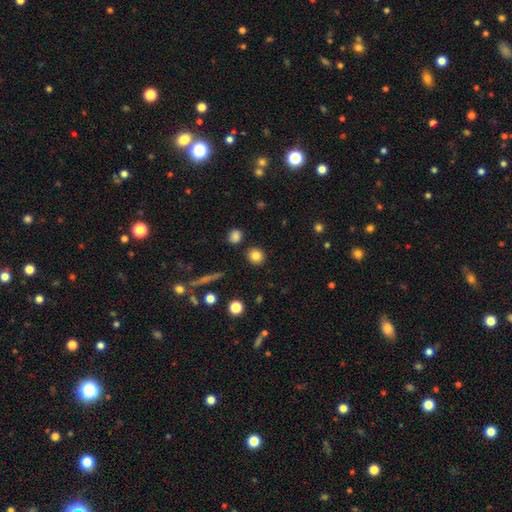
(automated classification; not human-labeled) Smooth or featured? Predicted: smooth (p=0.83). How rounded? Predicted: round (p=0.88). Merging? Predicted: none (p=0.89).